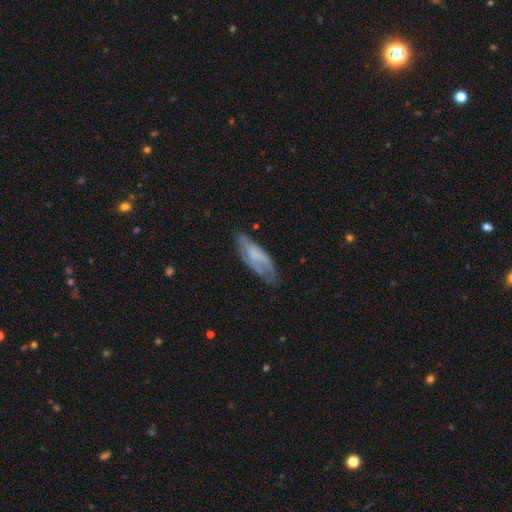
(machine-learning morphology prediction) Overall: smooth (50%; featured or disk 42%). How rounded: in between (62%; cigar-shaped 36%). Merging: none (51%; minor disturbance 31%).